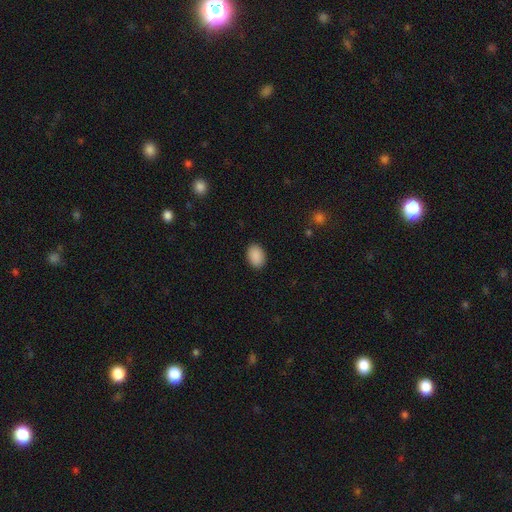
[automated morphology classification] Overall: smooth (90%). How rounded: in between (84%). Merging: none (89%).